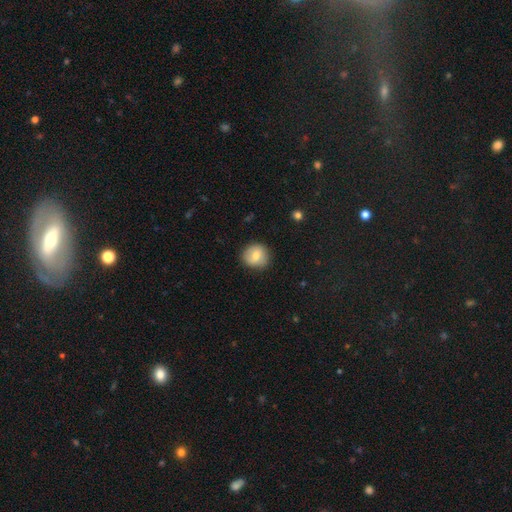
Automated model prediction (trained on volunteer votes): Smooth or featured?
  - smooth: 71% *
  - featured or disk: 21%
  - star or artifact: 8%
How rounded?
  - round: 87% *
  - in between: 12%
  - cigar-shaped: 1%
Merging?
  - none: 84% *
  - minor disturbance: 12%
  - major disturbance: 3%
  - merger: 1%